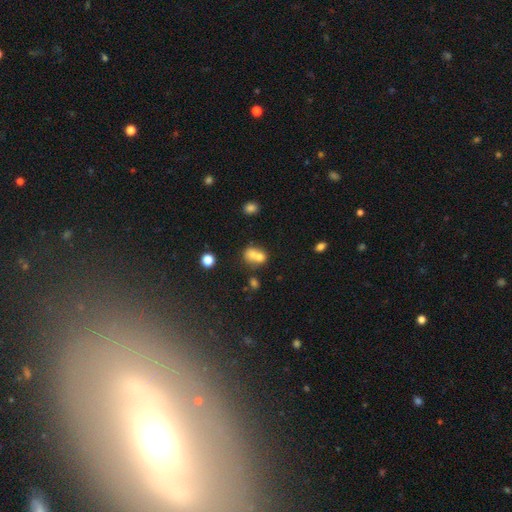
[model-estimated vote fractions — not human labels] This is likely a smooth galaxy (67%). How rounded: likely round (61%). Merging: likely merger (65%).